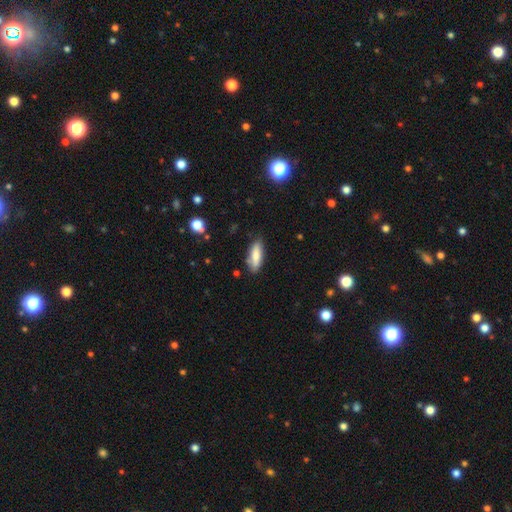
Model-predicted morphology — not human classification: This is likely a smooth galaxy (78%). How rounded: likely in between (63%). Merging: likely none (78%).